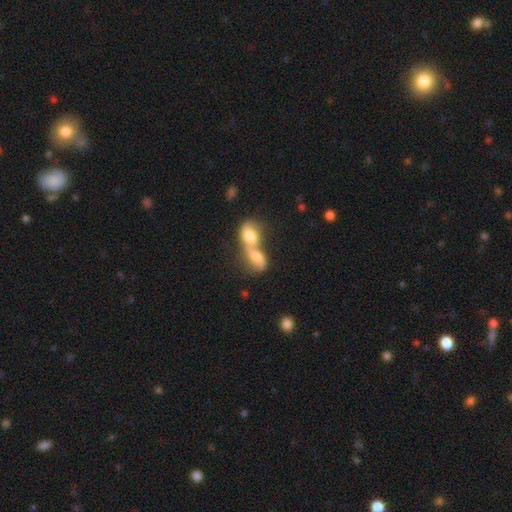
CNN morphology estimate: The model was most divided on "smooth or featured": smooth: 62%, featured or disk: 27%, star or artifact: 11%. More confident: merging — merger (83%); how rounded — in between (69%).